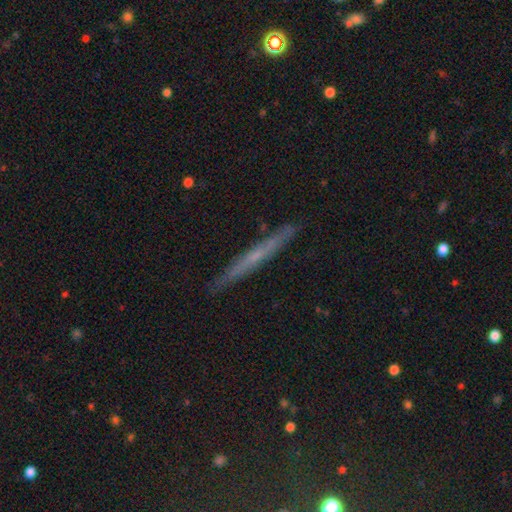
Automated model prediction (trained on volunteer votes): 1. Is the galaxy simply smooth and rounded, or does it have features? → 56% featured or disk, 35% smooth, 9% star or artifact.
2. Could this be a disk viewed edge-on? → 95% yes, 5% no.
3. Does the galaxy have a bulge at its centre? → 68% none, 27% rounded, 5% boxy.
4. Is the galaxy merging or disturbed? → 90% none, 8% minor disturbance, 1% major disturbance, 1% merger.